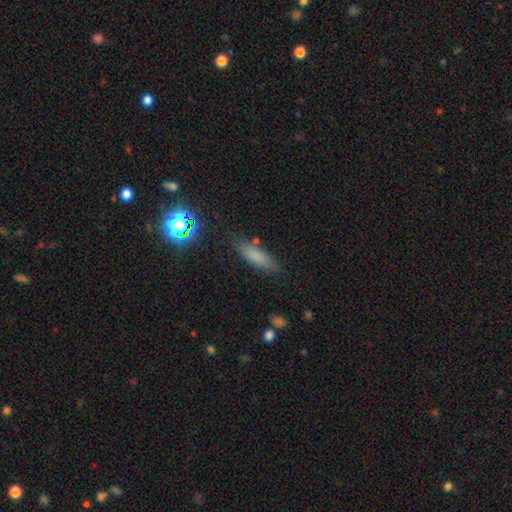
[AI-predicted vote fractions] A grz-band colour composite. It shows a smooth galaxy with no disk features (77%) that is cigar-shaped (53%). Merging: none (80%).